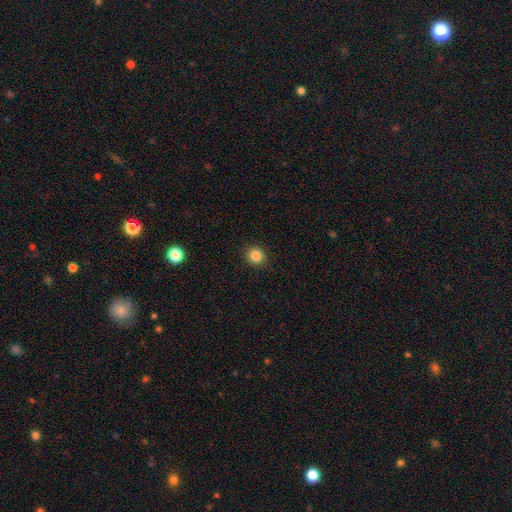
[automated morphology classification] Smooth or featured? Predicted: smooth (p=0.86). How rounded? Predicted: round (p=0.86). Merging? Predicted: none (p=0.91).